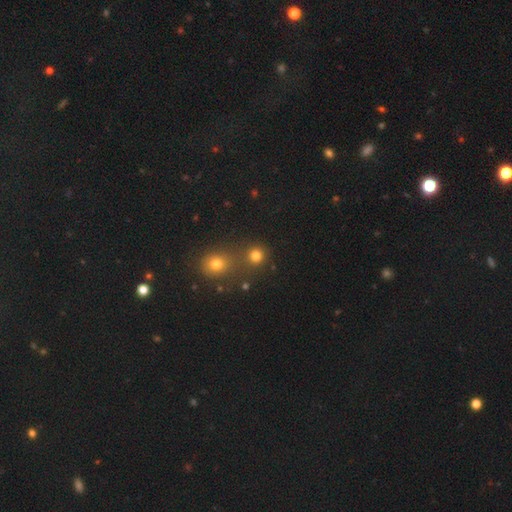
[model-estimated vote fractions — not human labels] Smooth or featured: smooth — 78% (star or artifact — 17%)
How rounded: round — 90% (in between — 9%)
Merging: none — 69% (merger — 21%)